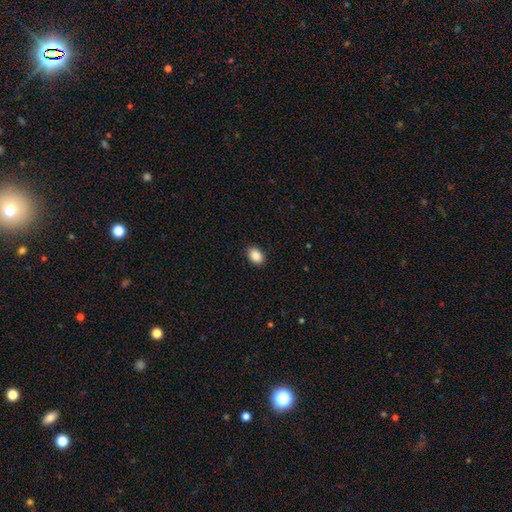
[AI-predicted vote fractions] Overall: smooth (89%). How rounded: in between (77%). Merging: none (90%).